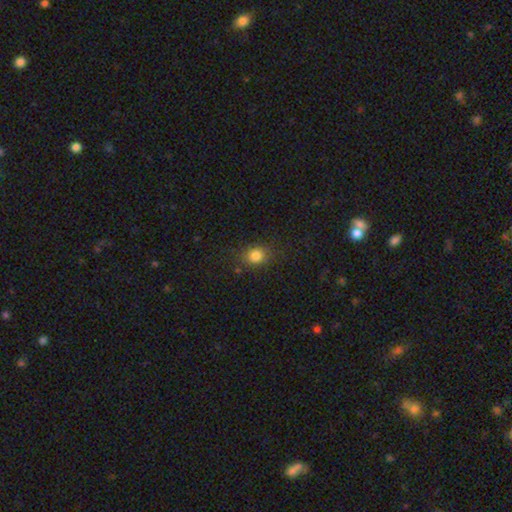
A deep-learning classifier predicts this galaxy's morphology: This is clearly a smooth galaxy (81%). How rounded: likely round (65%). Merging: clearly none (81%).